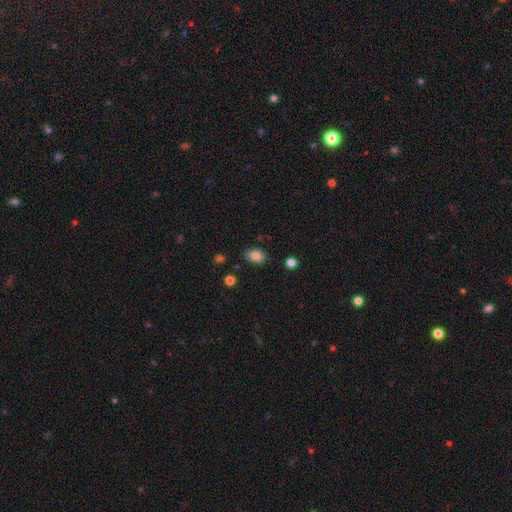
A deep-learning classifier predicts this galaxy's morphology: This appears to be a smooth galaxy with no disk features (85%) that is in between round and cigar-shaped (77%). Merging: none (84%).